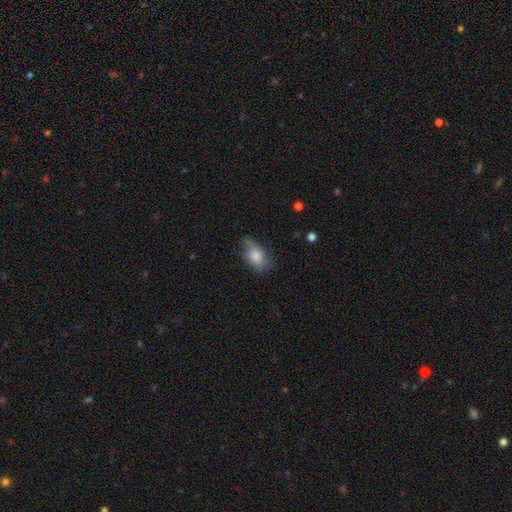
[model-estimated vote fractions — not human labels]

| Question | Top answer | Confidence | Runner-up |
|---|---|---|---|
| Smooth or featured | smooth | 72% | featured or disk (19%) |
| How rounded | in between | 87% | round (10%) |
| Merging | none | 60% | minor disturbance (29%) |